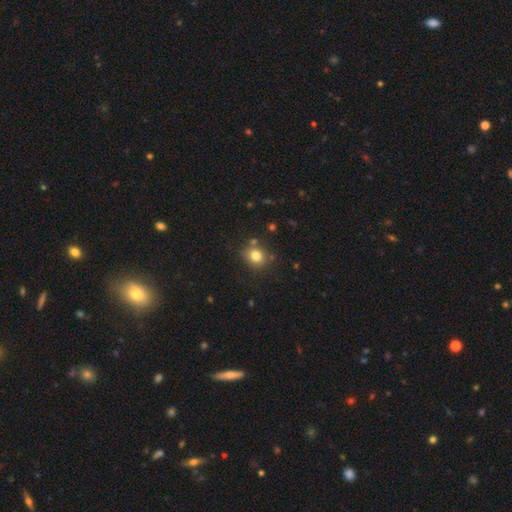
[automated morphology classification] smooth_or_featured: smooth (p=0.79) [alt: star or artifact p=0.13]
how_rounded: round (p=0.73) [alt: in between p=0.27]
merging: none (p=0.79) [alt: minor disturbance p=0.12]